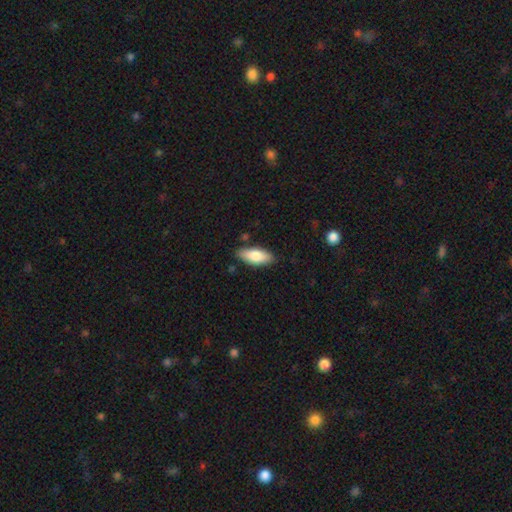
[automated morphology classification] Q: Smooth or featured?
A: smooth (79%); runner-up: featured or disk (15%)
Q: How rounded?
A: in between (81%); runner-up: cigar-shaped (17%)
Q: Merging?
A: none (83%); runner-up: minor disturbance (12%)